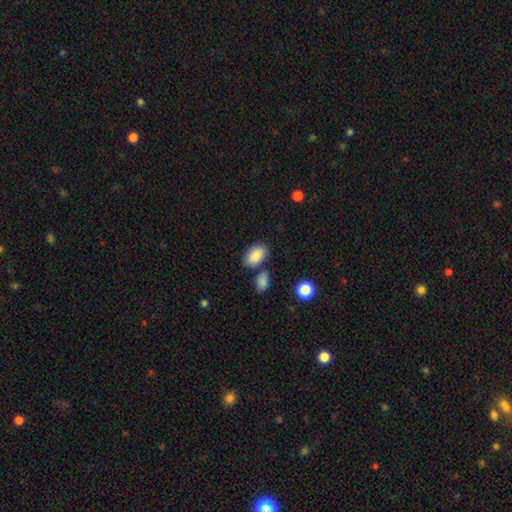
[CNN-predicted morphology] A smooth galaxy with no disk features (87%) that is in between round and cigar-shaped (91%).

Vote fractions:
- Smooth or featured? smooth: 87% / star or artifact: 7% / featured or disk: 6%
- How rounded? in between: 91% / round: 7% / cigar-shaped: 1%
- Merging? none: 73% / minor disturbance: 13% / merger: 10% / major disturbance: 4%